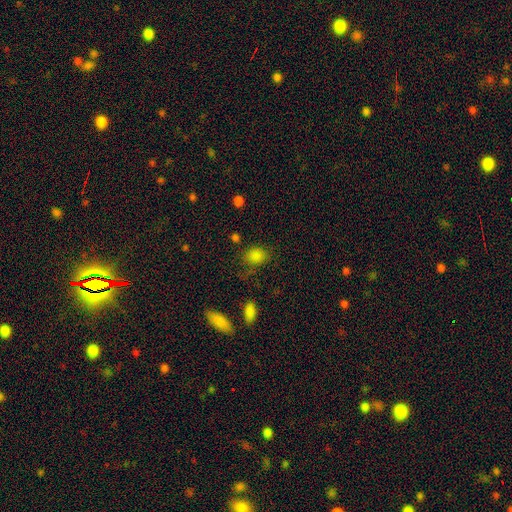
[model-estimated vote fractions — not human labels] Overall: smooth (82%). How rounded: in between (60%; round 39%). Merging: none (69%).